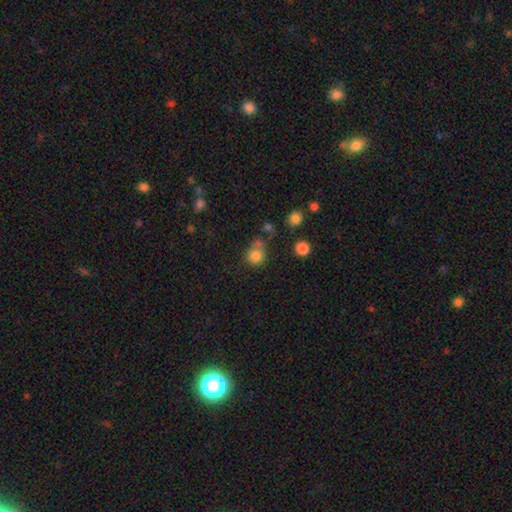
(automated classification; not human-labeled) Smooth or featured? smooth (80%)
How rounded? round (83%)
Merging? none (56%)